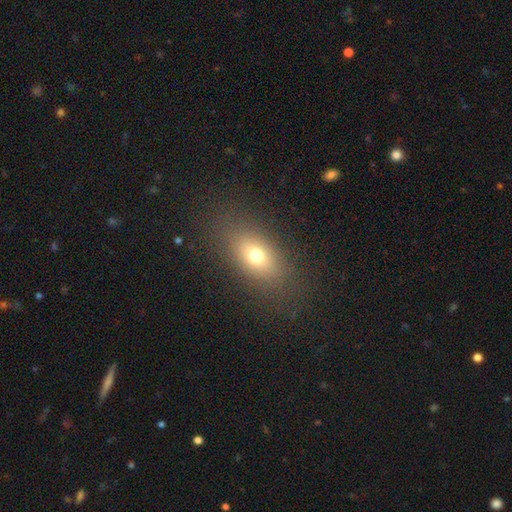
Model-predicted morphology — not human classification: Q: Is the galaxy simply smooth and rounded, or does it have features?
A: smooth — 69%.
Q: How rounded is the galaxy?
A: in between — 77%.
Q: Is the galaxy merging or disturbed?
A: none — 82%.